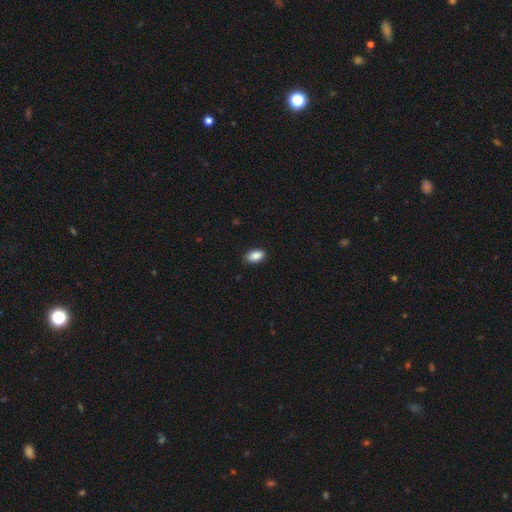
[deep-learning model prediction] A smooth galaxy with no disk features (89%) that is in between round and cigar-shaped (93%).

Vote fractions:
- Smooth or featured? smooth: 89% / star or artifact: 7% / featured or disk: 4%
- How rounded? in between: 93% / round: 5% / cigar-shaped: 2%
- Merging? none: 85% / minor disturbance: 12% / major disturbance: 2% / merger: 1%